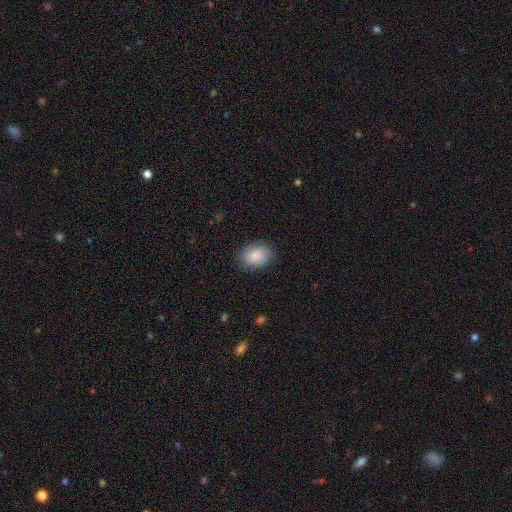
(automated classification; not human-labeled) smooth-or-featured: smooth: 81% | featured or disk: 12% | star or artifact: 7%
  how-rounded: in between: 59% | round: 40% | cigar-shaped: 1%
  merging: none: 77% | minor disturbance: 18% | major disturbance: 4% | merger: 1%